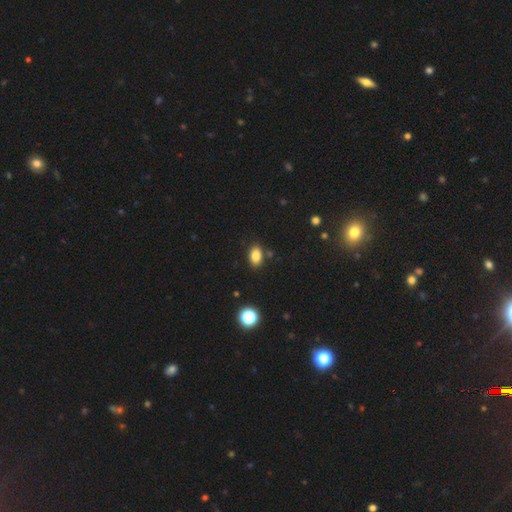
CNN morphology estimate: This is clearly a smooth galaxy (83%). How rounded: clearly in between (85%). Merging: clearly none (84%).